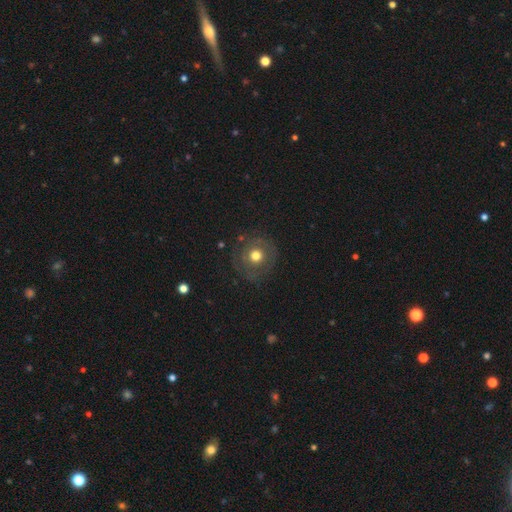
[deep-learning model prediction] This is possibly a smooth galaxy (54%). How rounded: clearly round (93%). Merging: clearly none (80%).